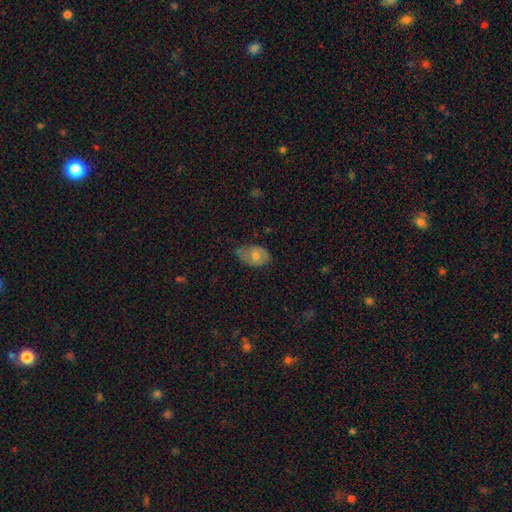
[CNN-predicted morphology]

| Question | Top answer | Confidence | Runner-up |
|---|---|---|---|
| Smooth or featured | smooth | 56% | featured or disk (35%) |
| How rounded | in between | 81% | round (18%) |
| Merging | none | 54% | minor disturbance (36%) |